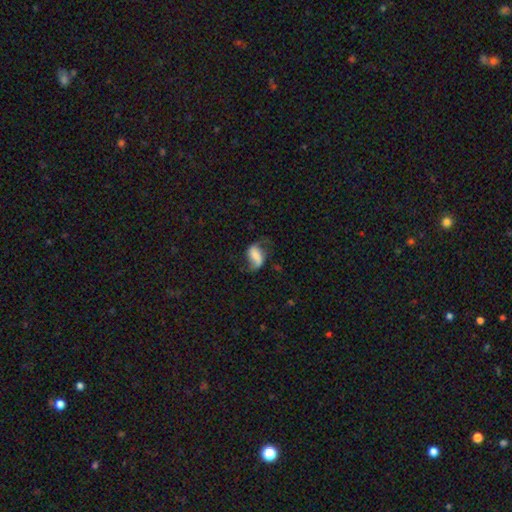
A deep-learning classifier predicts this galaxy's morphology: A featured or disk galaxy (58%) with a strong bar (36%), spiral arms (88%) and no central bulge (33%). Merging: none (53%).